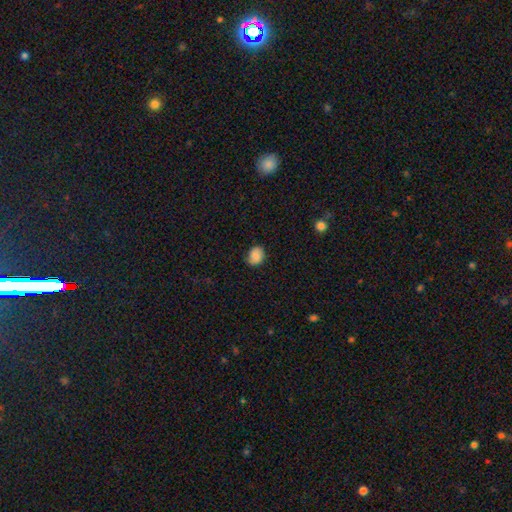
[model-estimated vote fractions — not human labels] Smooth or featured: smooth — 83% (star or artifact — 9%)
How rounded: in between — 51% (round — 49%)
Merging: none — 75% (minor disturbance — 20%)